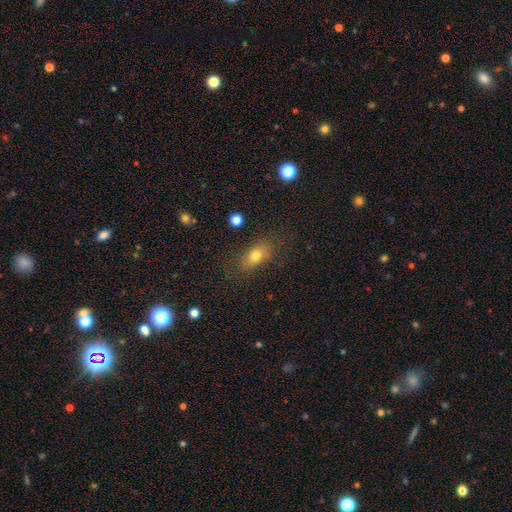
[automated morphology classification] smooth 73%, featured or disk 16%, star or artifact 11%. Down the decision tree: how rounded — in between (75%); merging — none (78%).